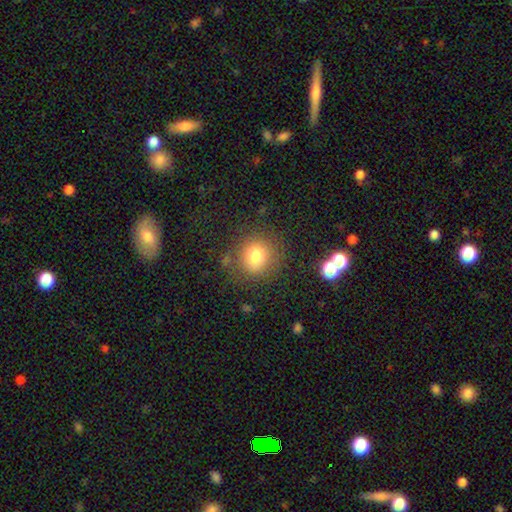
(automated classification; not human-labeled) smooth 78%, star or artifact 13%, featured or disk 9%. Down the decision tree: how rounded — round (87%); merging — none (80%).